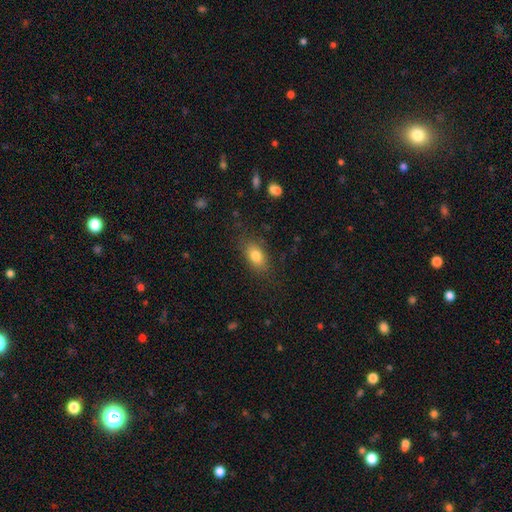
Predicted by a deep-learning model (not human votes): Smooth or featured: smooth — 81% (featured or disk — 10%)
How rounded: in between — 85% (round — 10%)
Merging: none — 79% (minor disturbance — 15%)